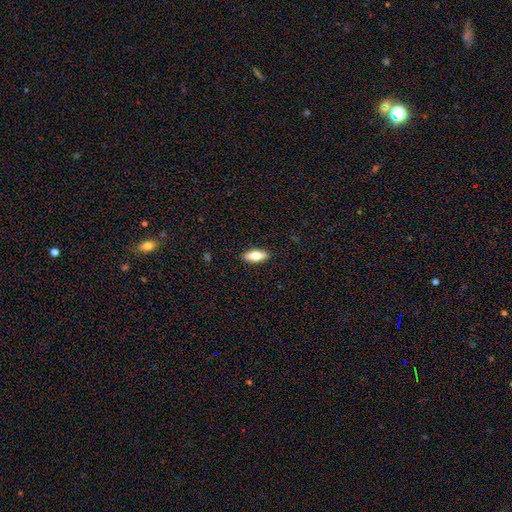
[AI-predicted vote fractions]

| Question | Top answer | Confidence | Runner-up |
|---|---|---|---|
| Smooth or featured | smooth | 73% | featured or disk (21%) |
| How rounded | in between | 75% | cigar-shaped (23%) |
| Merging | none | 90% | minor disturbance (7%) |